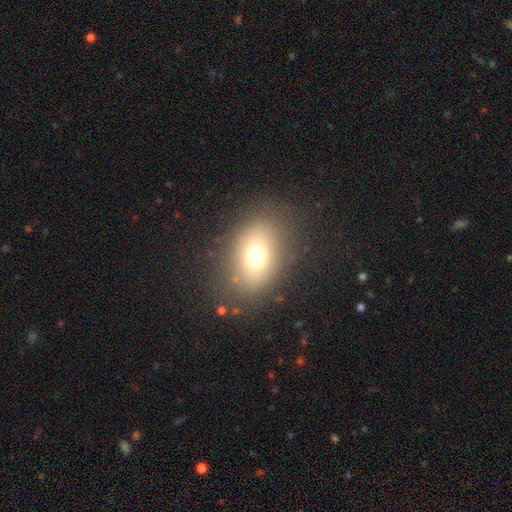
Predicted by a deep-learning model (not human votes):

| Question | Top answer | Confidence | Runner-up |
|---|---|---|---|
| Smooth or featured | smooth | 70% | featured or disk (16%) |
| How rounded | in between | 74% | round (25%) |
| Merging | none | 80% | minor disturbance (12%) |